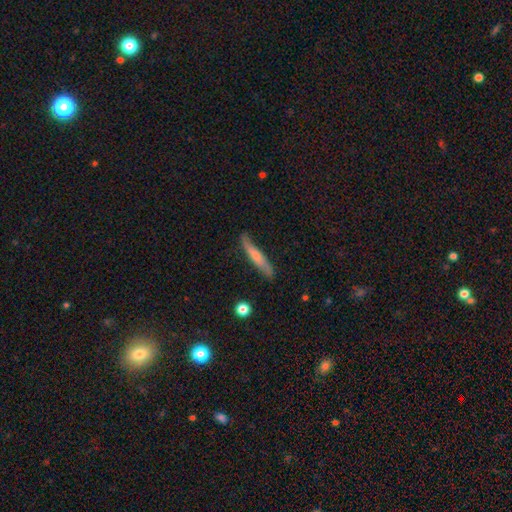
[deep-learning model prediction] featured or disk 47%, smooth 46%, star or artifact 6%. Down the decision tree: merging — none (80%).